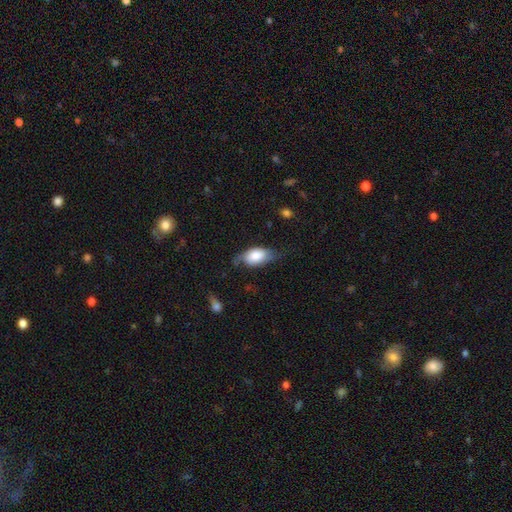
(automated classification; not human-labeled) Overall: smooth (68%). How rounded: in between (91%). Merging: none (47%; minor disturbance 35%).